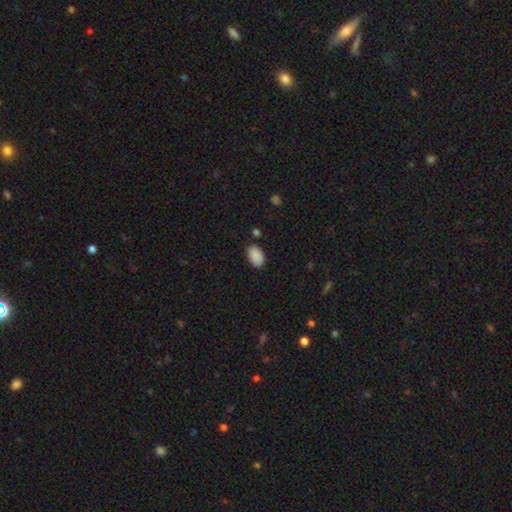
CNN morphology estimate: smooth 89%, star or artifact 7%, featured or disk 3%. Down the decision tree: how rounded — in between (92%); merging — none (83%).